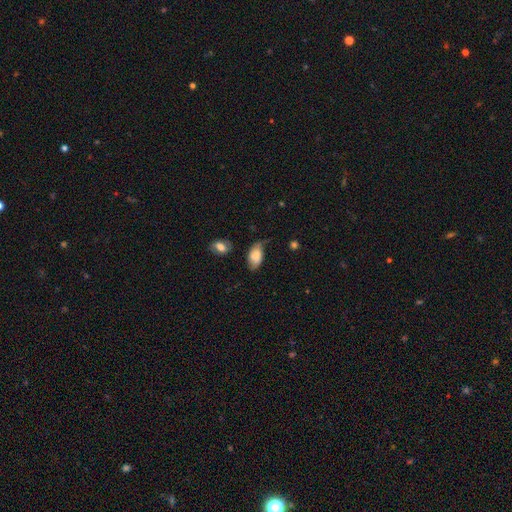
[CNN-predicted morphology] The model was most divided on "merging": none: 43%, minor disturbance: 40%, major disturbance: 14%, merger: 3%. More confident: how rounded — in between (92%); smooth or featured — smooth (71%).